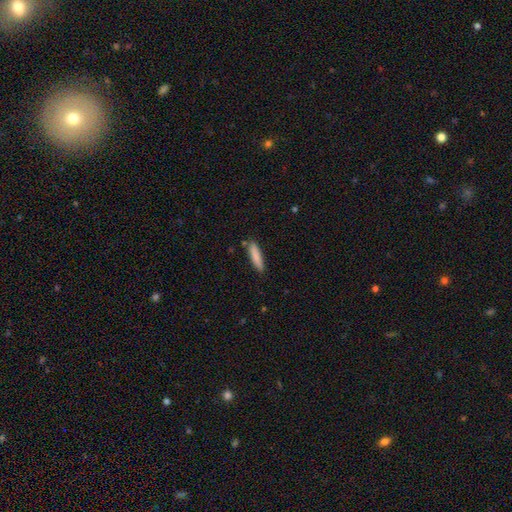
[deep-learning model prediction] Q: Smooth or featured?
A: smooth (84%); runner-up: featured or disk (9%)
Q: How rounded?
A: cigar-shaped (79%); runner-up: in between (19%)
Q: Merging?
A: none (82%); runner-up: minor disturbance (12%)